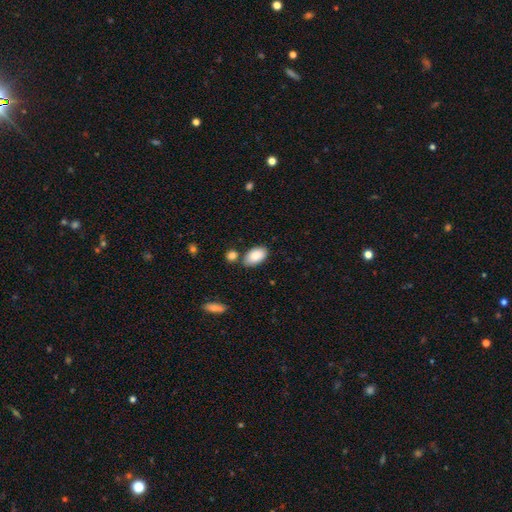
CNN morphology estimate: This is clearly a smooth galaxy (87%). How rounded: clearly in between (95%). Merging: likely none (71%).